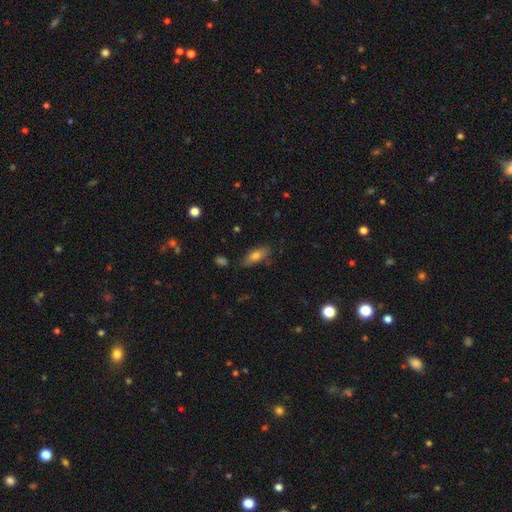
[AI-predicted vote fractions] smooth 72%, featured or disk 20%, star or artifact 8%. Down the decision tree: how rounded — in between (75%); merging — none (73%).